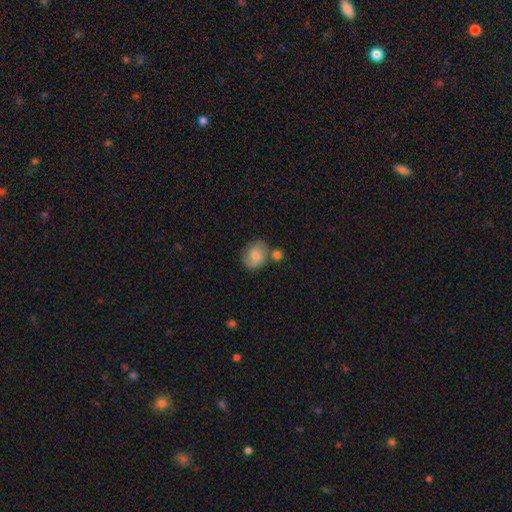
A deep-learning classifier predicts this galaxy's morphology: The model was most divided on "how rounded": in between: 54%, round: 45%, cigar-shaped: 1%. More confident: smooth or featured — smooth (66%); merging — none (55%).